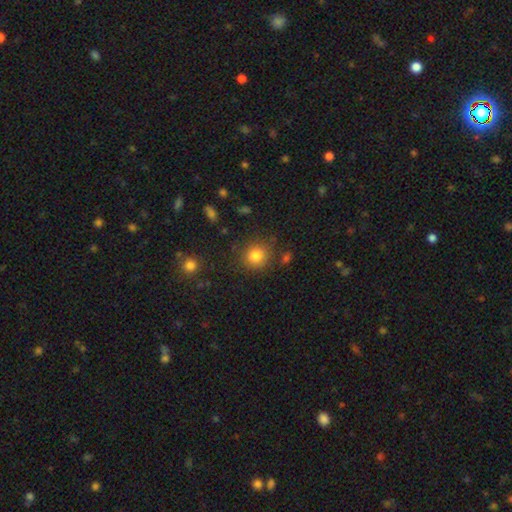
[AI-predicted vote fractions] Smooth or featured? Predicted: smooth (p=0.82). How rounded? Predicted: round (p=0.87). Merging? Predicted: none (p=0.83).